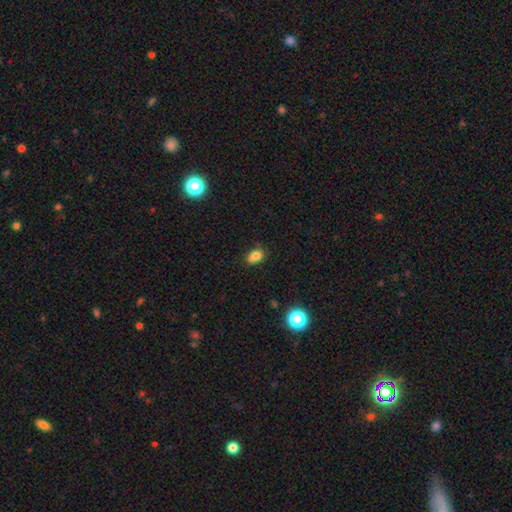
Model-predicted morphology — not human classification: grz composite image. It shows a smooth galaxy with no disk features (80%) that is in between round and cigar-shaped (67%). Merging: none (65%).